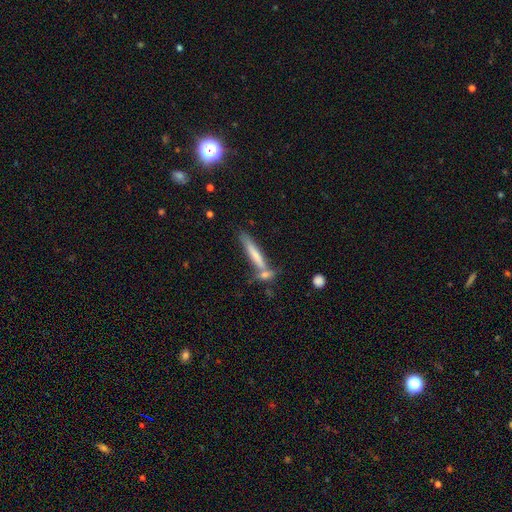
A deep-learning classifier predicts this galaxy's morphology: Smooth or featured? Predicted: smooth (p=0.64). How rounded? Predicted: cigar-shaped (p=0.92). Merging? Predicted: none (p=0.55).